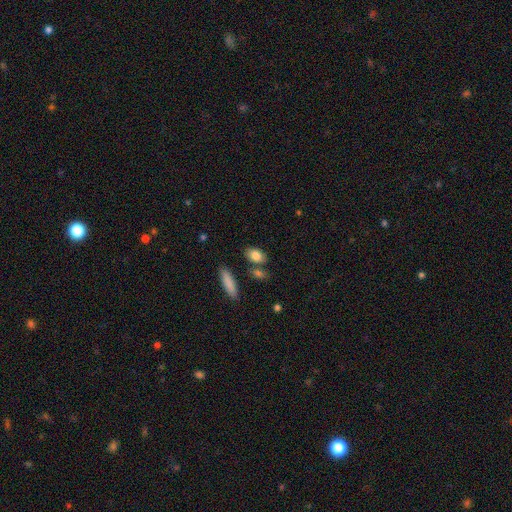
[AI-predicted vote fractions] This appears to be a smooth galaxy with no disk features (83%) that is in between round and cigar-shaped (83%). Merging: none (74%).